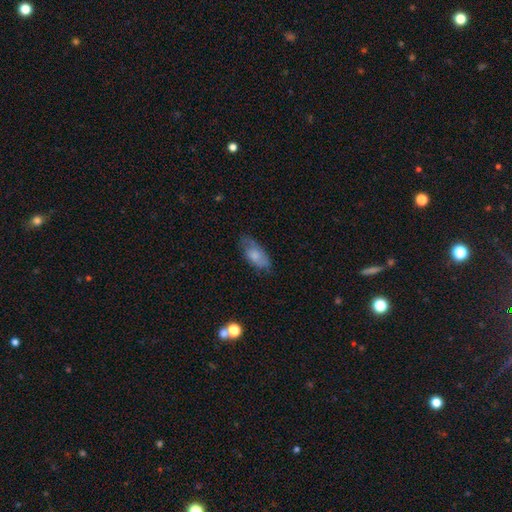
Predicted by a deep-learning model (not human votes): smooth_or_featured: smooth (p=0.73) [alt: featured or disk p=0.20]
how_rounded: in between (p=0.87) [alt: cigar-shaped p=0.09]
merging: none (p=0.61) [alt: minor disturbance p=0.28]